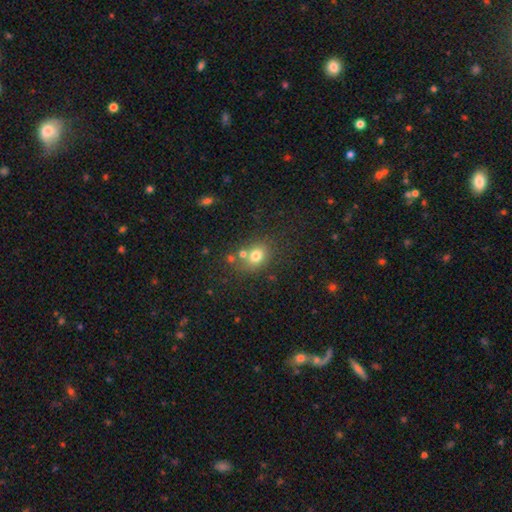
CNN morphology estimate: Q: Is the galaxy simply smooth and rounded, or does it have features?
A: smooth — 74%.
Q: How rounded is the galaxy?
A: round — 50%.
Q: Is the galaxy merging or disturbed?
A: none — 61%.